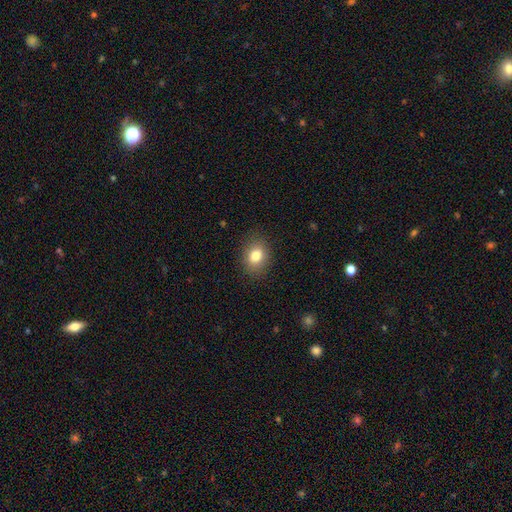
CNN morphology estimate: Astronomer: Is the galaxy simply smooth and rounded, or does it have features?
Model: smooth — 81%.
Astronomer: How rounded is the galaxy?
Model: in between — 59% (runner-up: round, 40%).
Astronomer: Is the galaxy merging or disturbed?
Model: none — 87%.